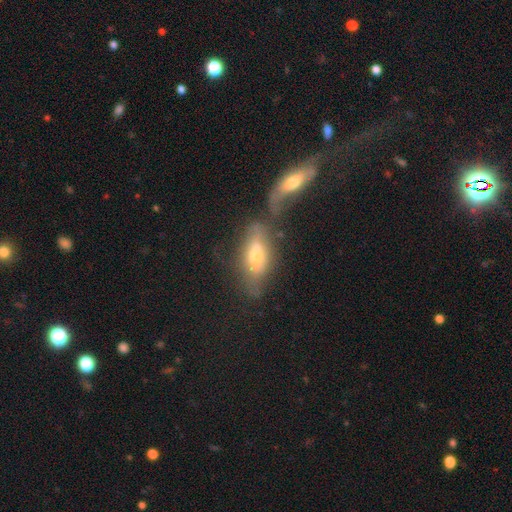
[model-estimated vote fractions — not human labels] A smooth galaxy with no disk features (47%).

Vote fractions:
- Smooth or featured? smooth: 47% / featured or disk: 43% / star or artifact: 9%
- Merging? merger: 39% / none: 32% / minor disturbance: 16% / major disturbance: 13%